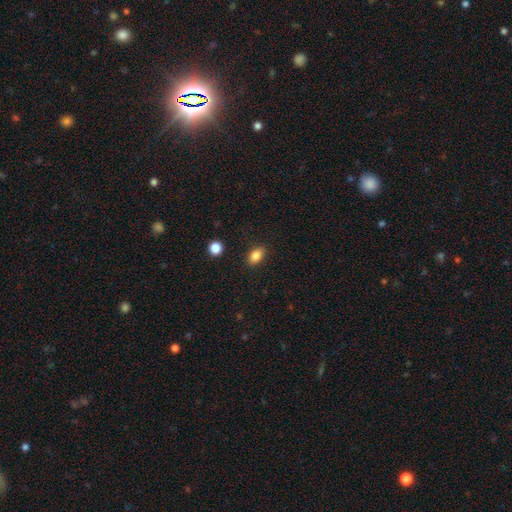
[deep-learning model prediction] This appears to be a smooth galaxy with no disk features (84%) that is in between round and cigar-shaped (83%). Merging: none (87%).